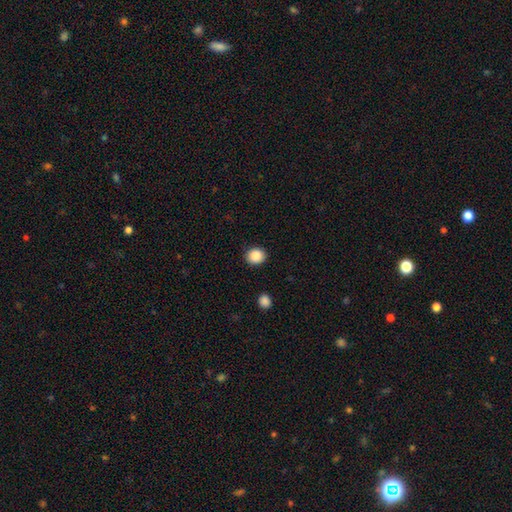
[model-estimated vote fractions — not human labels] Smooth or featured?
  - smooth: 88% *
  - star or artifact: 9%
  - featured or disk: 3%
How rounded?
  - round: 77% *
  - in between: 22%
  - cigar-shaped: 1%
Merging?
  - none: 89% *
  - minor disturbance: 7%
  - major disturbance: 2%
  - merger: 1%